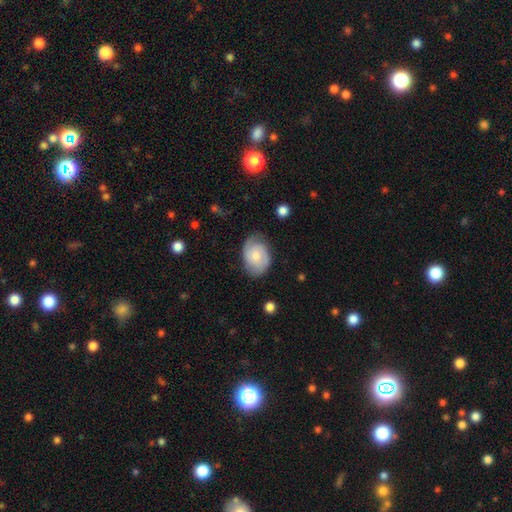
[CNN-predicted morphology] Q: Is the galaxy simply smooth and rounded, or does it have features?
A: featured or disk — 57%.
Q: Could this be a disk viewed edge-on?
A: no — 97%.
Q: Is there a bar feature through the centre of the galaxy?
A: no — 68%.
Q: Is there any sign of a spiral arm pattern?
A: yes — 90%.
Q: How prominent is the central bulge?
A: moderate — 44%.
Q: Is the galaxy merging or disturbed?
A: none — 65%.